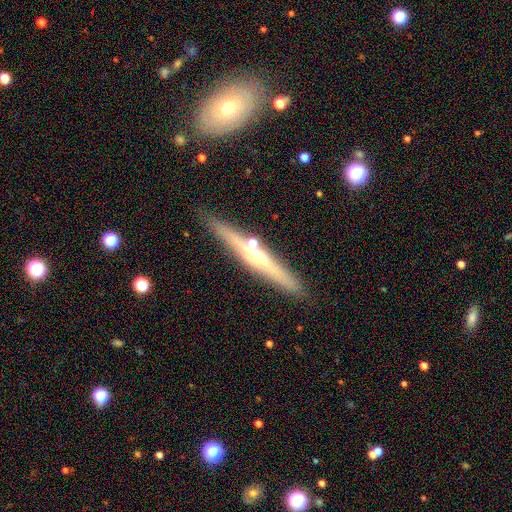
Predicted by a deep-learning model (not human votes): Overall: featured or disk (65%; smooth 27%). Edge-on disk: yes (93%). Edge-on bulge: rounded (87%). Merging: none (82%).